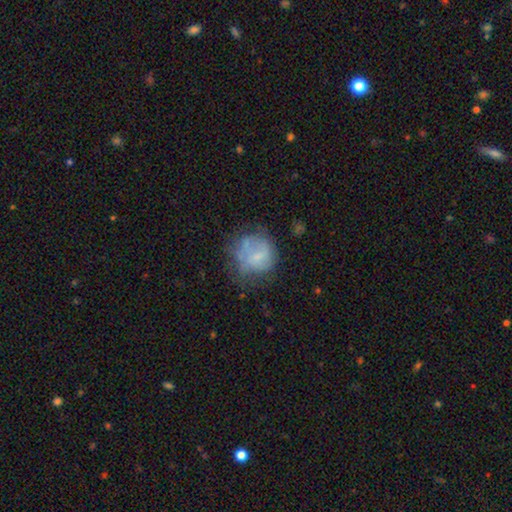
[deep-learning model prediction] The model was most divided on "smooth or featured": smooth: 52%, featured or disk: 38%, star or artifact: 10%. Remaining: how rounded — round (77%); merging — none (43%).